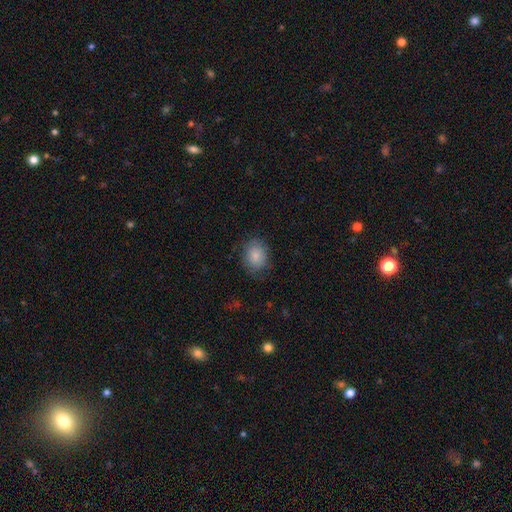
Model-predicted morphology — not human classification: Q: Smooth or featured?
A: smooth (85%); runner-up: star or artifact (8%)
Q: How rounded?
A: round (58%); runner-up: in between (41%)
Q: Merging?
A: none (76%); runner-up: minor disturbance (17%)